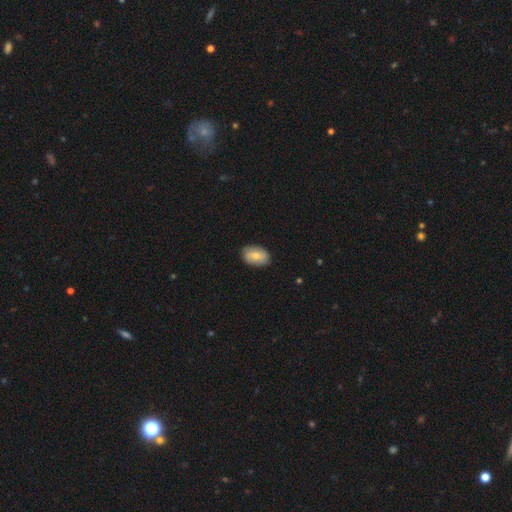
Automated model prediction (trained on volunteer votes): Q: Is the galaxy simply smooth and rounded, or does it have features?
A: smooth — 71%.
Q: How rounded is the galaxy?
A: in between — 87%.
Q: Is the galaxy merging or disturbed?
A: none — 84%.